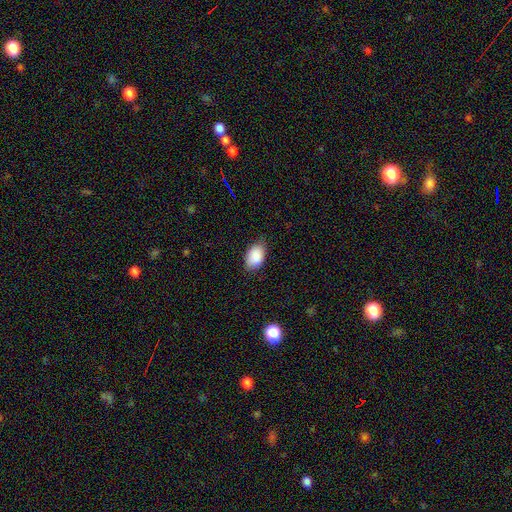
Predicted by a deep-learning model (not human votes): Q: Smooth or featured?
A: smooth (88%); runner-up: star or artifact (7%)
Q: How rounded?
A: in between (90%); runner-up: round (8%)
Q: Merging?
A: none (75%); runner-up: minor disturbance (20%)